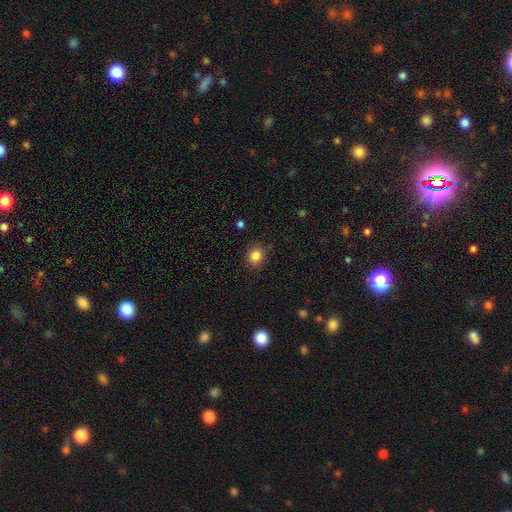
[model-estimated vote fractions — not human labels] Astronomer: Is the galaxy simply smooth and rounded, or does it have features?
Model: smooth — 85%.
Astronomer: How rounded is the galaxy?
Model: round — 68%.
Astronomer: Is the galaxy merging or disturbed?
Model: none — 85%.